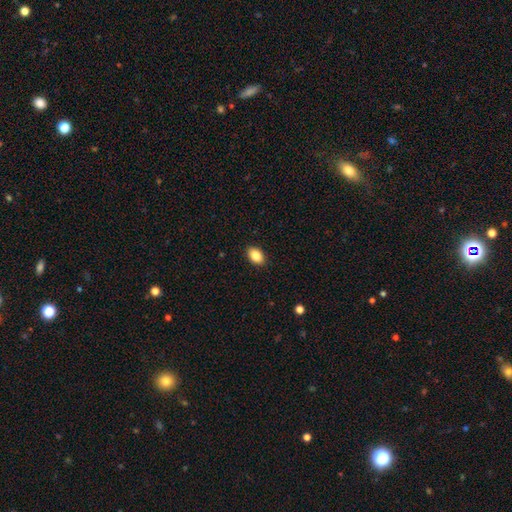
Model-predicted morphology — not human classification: Smooth or featured: smooth — 85% (star or artifact — 8%)
How rounded: in between — 87% (round — 12%)
Merging: none — 90% (minor disturbance — 7%)